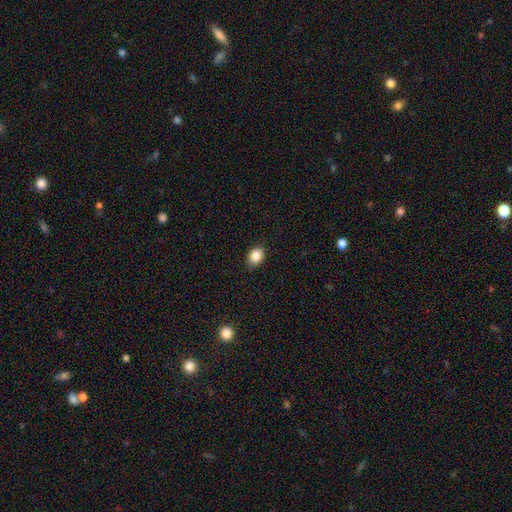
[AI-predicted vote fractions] The model was most divided on "how rounded": in between: 63%, round: 36%, cigar-shaped: 1%. More confident: smooth or featured — smooth (87%); merging — none (83%).